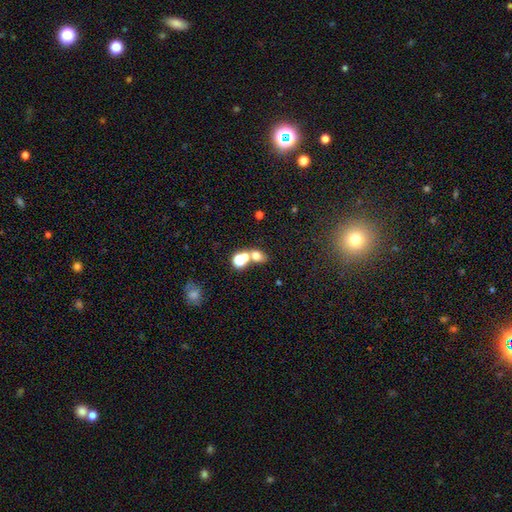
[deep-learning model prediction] smooth_or_featured: smooth (p=0.65) [alt: star or artifact p=0.19]
how_rounded: in between (p=0.56) [alt: round p=0.42]
merging: merger (p=0.48) [alt: none p=0.38]